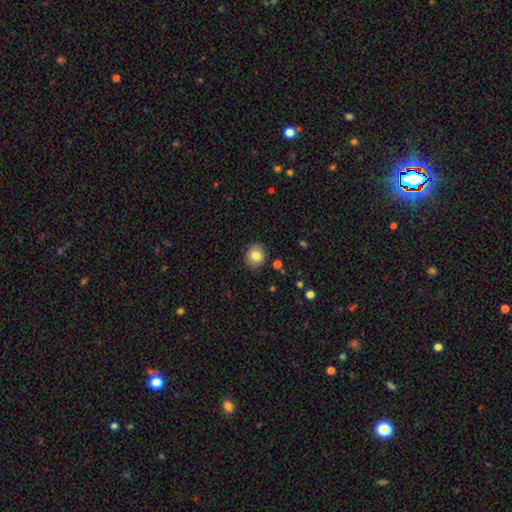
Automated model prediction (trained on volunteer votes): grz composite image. It shows a smooth galaxy with no disk features (83%) that is round (81%). Merging: none (87%).